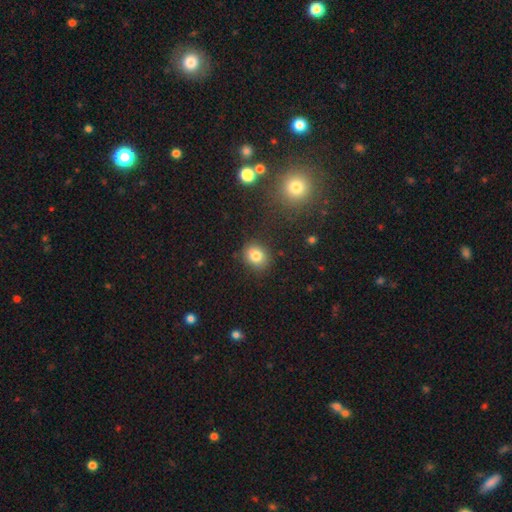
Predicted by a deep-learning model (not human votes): smooth_or_featured: smooth (p=0.81) [alt: star or artifact p=0.12]
how_rounded: round (p=0.59) [alt: in between p=0.40]
merging: none (p=0.85) [alt: minor disturbance p=0.10]